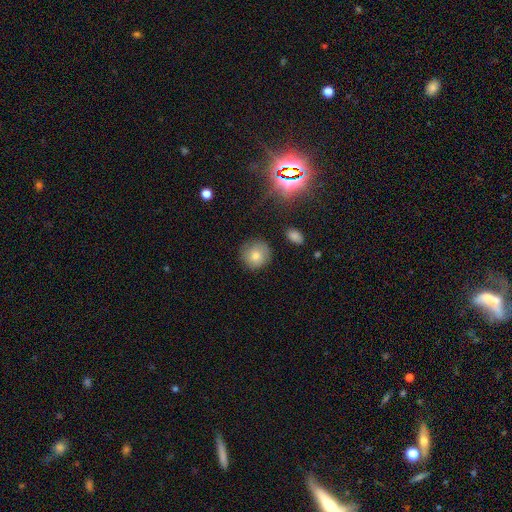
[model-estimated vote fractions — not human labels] smooth 68%, featured or disk 19%, star or artifact 13%. Down the decision tree: how rounded — round (90%); merging — none (81%).